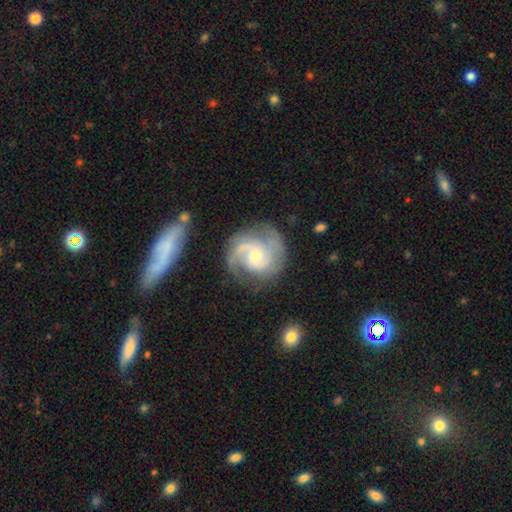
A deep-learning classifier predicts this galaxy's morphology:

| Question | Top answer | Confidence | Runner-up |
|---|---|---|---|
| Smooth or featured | featured or disk | 88% | smooth (7%) |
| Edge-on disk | no | 98% | yes (2%) |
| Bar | no | 63% | weak (32%) |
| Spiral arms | yes | 98% | no (2%) |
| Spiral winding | medium | 51% | tight (36%) |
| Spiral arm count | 2 | 68% | 3 (14%) |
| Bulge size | small | 58% | moderate (37%) |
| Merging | none | 72% | minor disturbance (17%) |